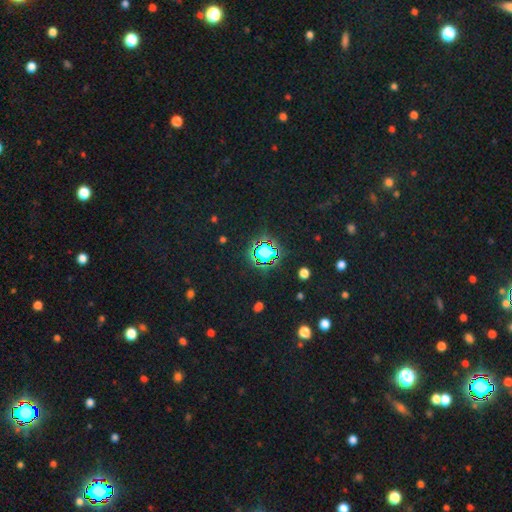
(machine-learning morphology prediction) Smooth or featured: star or artifact — 80% (smooth — 13%)